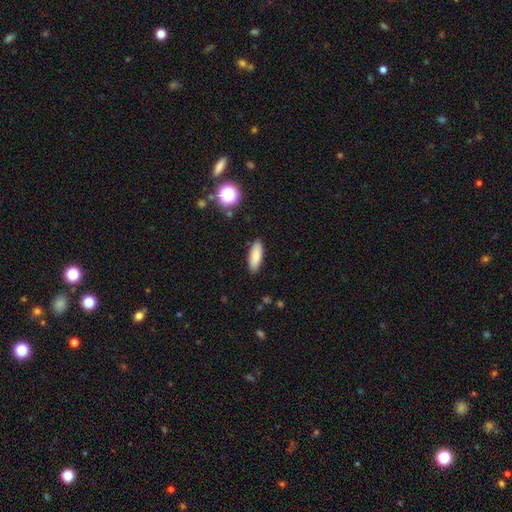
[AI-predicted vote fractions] Overall: smooth (84%). How rounded: in between (70%). Merging: none (88%).